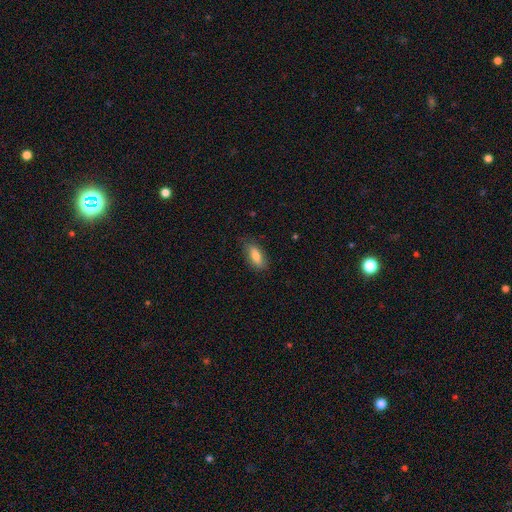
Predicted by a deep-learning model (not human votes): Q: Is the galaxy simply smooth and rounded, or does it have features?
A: smooth — 79%.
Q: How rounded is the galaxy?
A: in between — 80%.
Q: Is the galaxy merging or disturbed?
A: none — 75%.